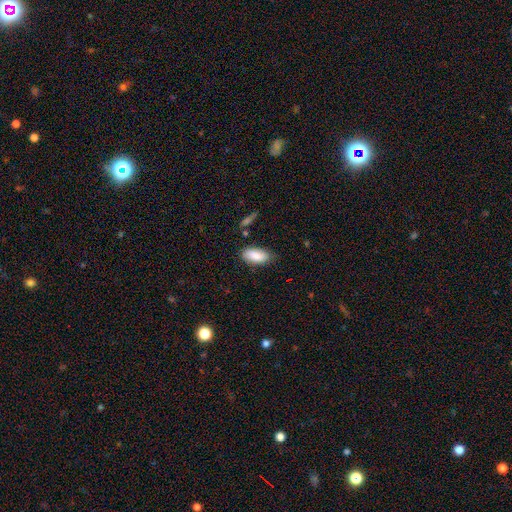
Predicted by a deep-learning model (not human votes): Morphology: type=smooth (86%); roundness=in between (91%); merging=none (75%).